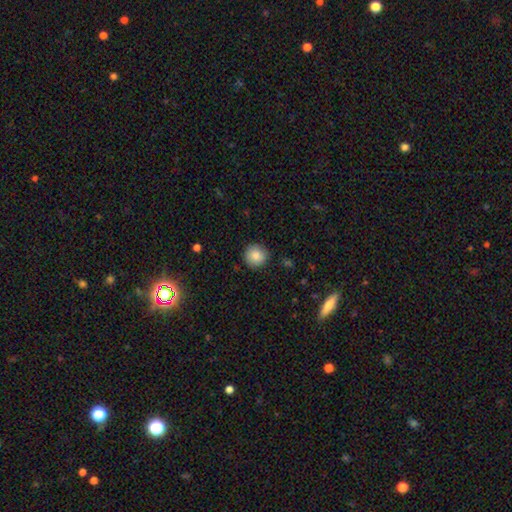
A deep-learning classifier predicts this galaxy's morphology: Smooth or featured: smooth — 86% (star or artifact — 9%)
How rounded: round — 93% (in between — 6%)
Merging: none — 89% (minor disturbance — 8%)